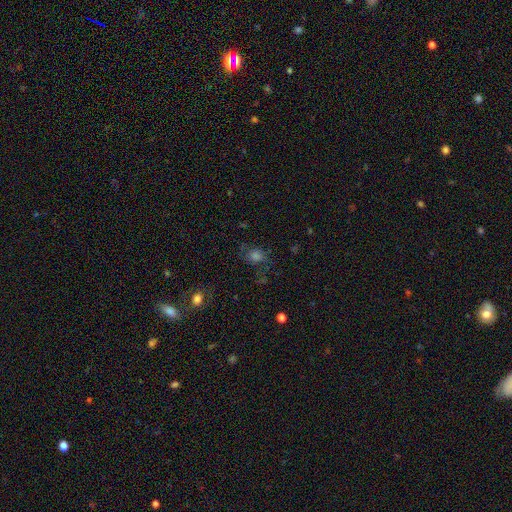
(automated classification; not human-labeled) A smooth galaxy with no disk features (48%).

Vote fractions:
- Smooth or featured? smooth: 48% / star or artifact: 33% / featured or disk: 19%
- Merging? none: 68% / minor disturbance: 17% / major disturbance: 11% / merger: 3%